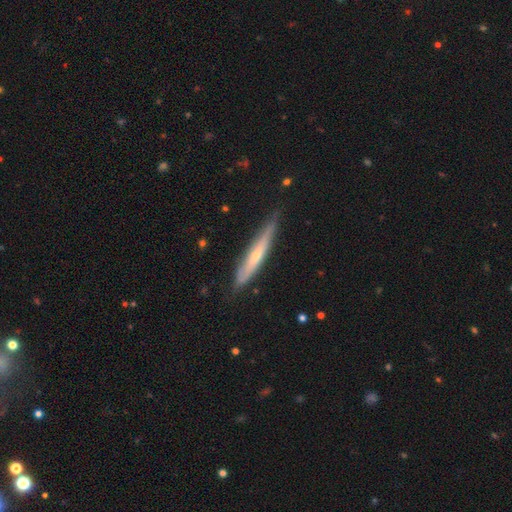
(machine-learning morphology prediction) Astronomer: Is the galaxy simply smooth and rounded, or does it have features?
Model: featured or disk — 55% (runner-up: smooth, 38%).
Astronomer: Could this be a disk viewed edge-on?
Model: yes — 85%.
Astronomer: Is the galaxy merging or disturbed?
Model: none — 76%.